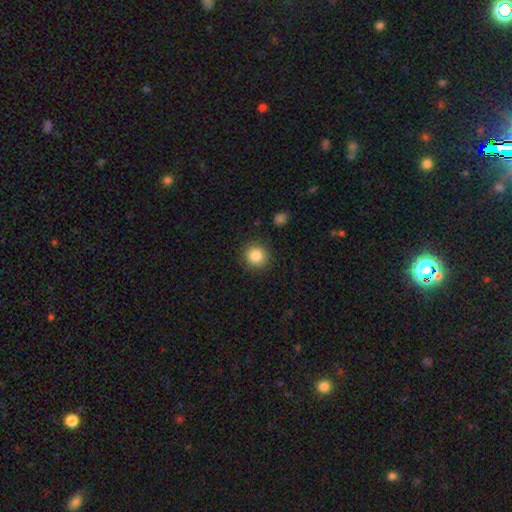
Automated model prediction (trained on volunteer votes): smooth 85%, star or artifact 10%, featured or disk 6%. Down the decision tree: how rounded — round (94%); merging — none (90%).